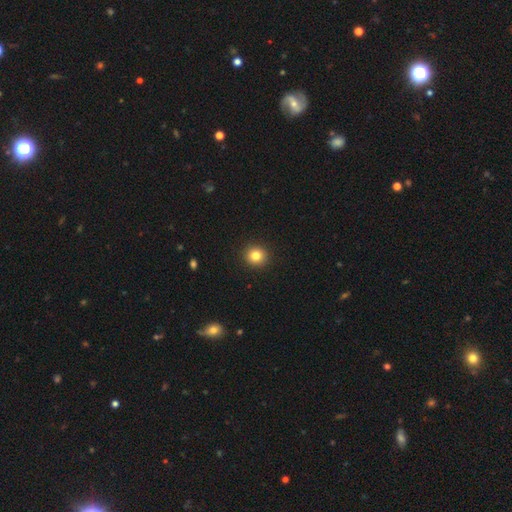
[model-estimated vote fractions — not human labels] smooth_or_featured: smooth (p=0.82) [alt: star or artifact p=0.11]
how_rounded: round (p=0.92) [alt: in between p=0.07]
merging: none (p=0.93) [alt: minor disturbance p=0.05]